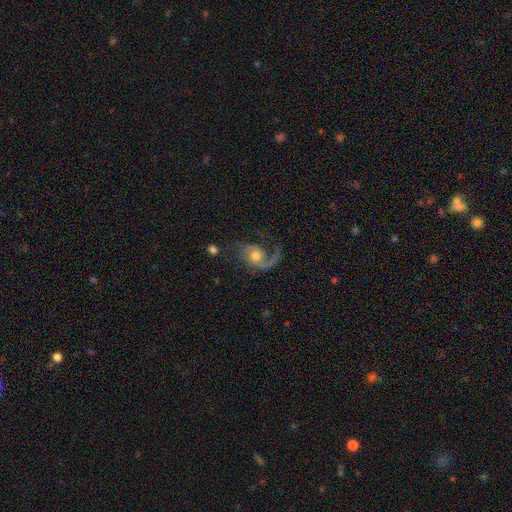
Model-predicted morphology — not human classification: A featured or disk galaxy (82%) with no bar (70%), 2 (48%) loose (50%) spiral arms (95%) and a moderate central bulge (65%). Merging: none (53%).